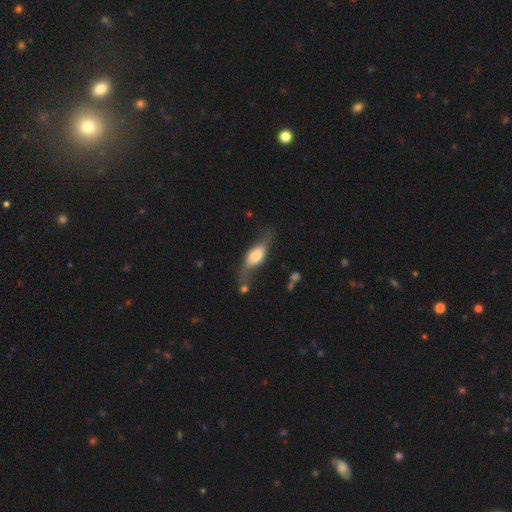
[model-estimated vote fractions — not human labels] featured or disk 48%, smooth 45%, star or artifact 7%. Down the decision tree: merging — none (46%).